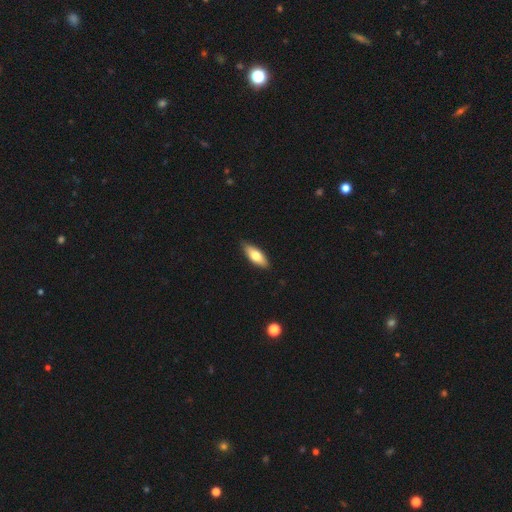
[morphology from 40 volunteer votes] Q: Smooth or featured?
A: smooth (60%); runner-up: featured or disk (30%)
Q: How rounded?
A: in between (71%); runner-up: cigar-shaped (25%)
Q: Merging?
A: none (78%); runner-up: minor disturbance (19%)